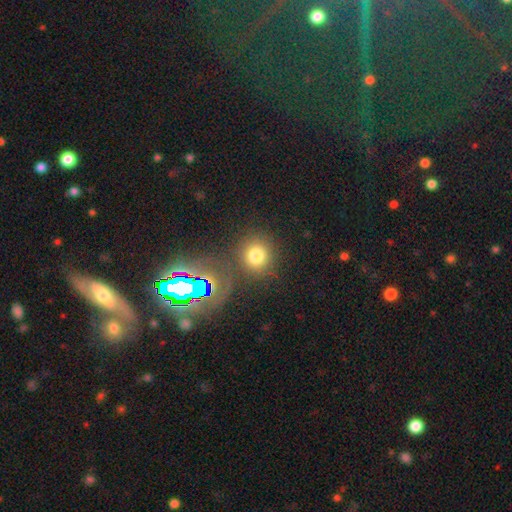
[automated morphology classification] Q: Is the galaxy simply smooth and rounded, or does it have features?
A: smooth — 72%.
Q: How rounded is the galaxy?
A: round — 88%.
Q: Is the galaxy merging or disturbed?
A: none — 77%.